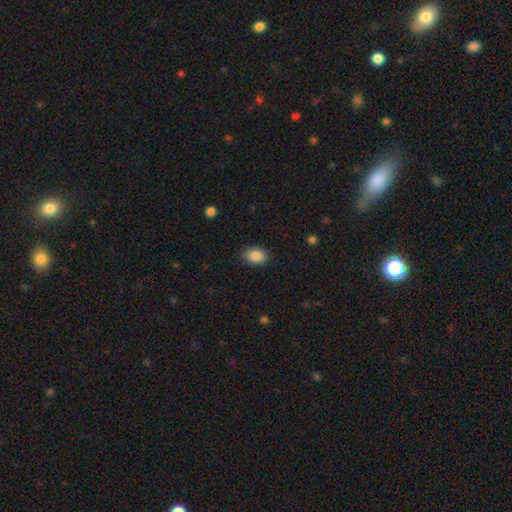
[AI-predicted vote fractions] smooth 88%, star or artifact 8%, featured or disk 5%. Down the decision tree: how rounded — in between (84%); merging — none (84%).